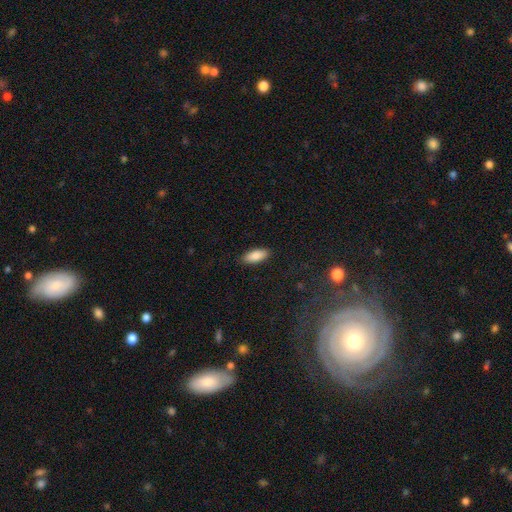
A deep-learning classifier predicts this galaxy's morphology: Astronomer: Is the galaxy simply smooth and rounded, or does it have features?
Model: smooth — 88%.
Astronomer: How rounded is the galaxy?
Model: in between — 84%.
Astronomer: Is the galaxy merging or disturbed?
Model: none — 88%.